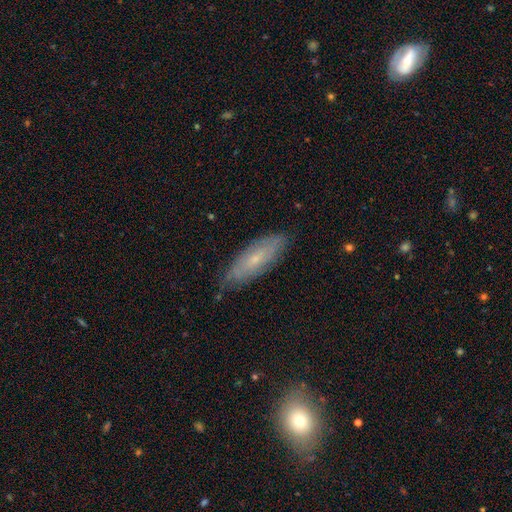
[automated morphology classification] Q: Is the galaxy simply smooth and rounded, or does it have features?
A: smooth — 46%.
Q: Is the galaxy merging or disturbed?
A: none — 79%.